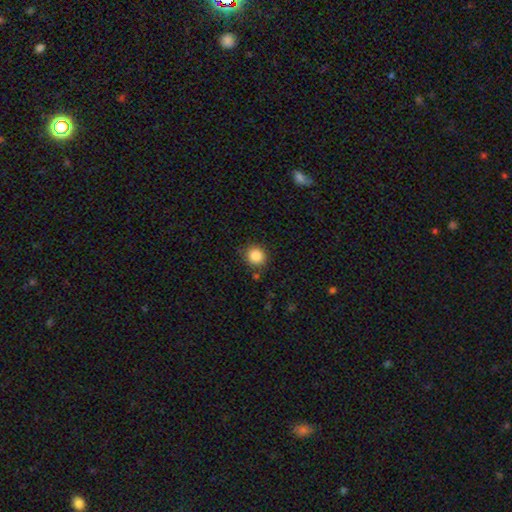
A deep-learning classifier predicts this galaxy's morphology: smooth 86%, star or artifact 10%, featured or disk 4%. Down the decision tree: how rounded — round (88%); merging — none (84%).